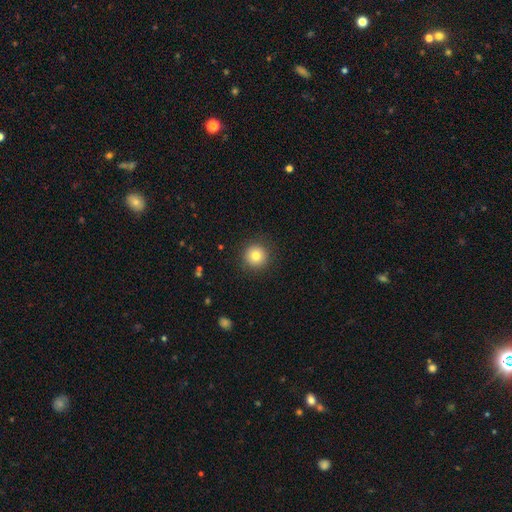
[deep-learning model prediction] Q: Smooth or featured?
A: smooth (81%); runner-up: star or artifact (10%)
Q: How rounded?
A: round (95%); runner-up: in between (4%)
Q: Merging?
A: none (90%); runner-up: minor disturbance (6%)